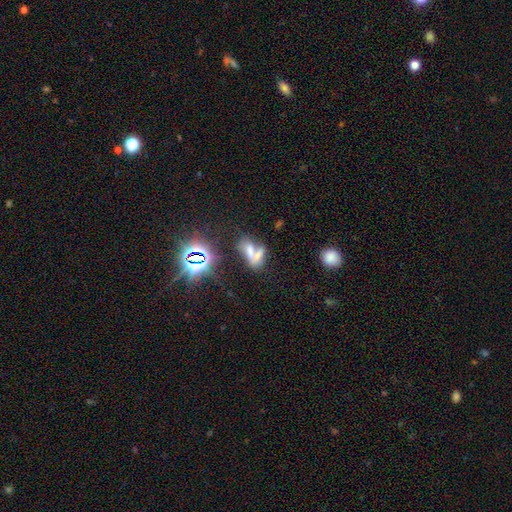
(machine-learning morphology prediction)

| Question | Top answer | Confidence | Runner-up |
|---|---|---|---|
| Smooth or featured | smooth | 44% | star or artifact (31%) |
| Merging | merger | 61% | none (23%) |